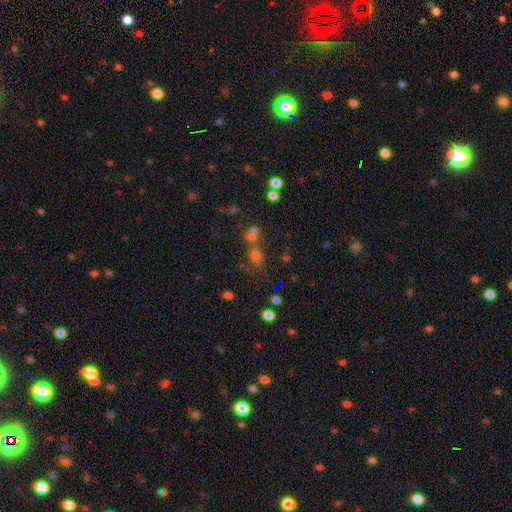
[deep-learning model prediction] Smooth or featured? smooth (51%)
How rounded? round (78%)
Merging? none (52%)